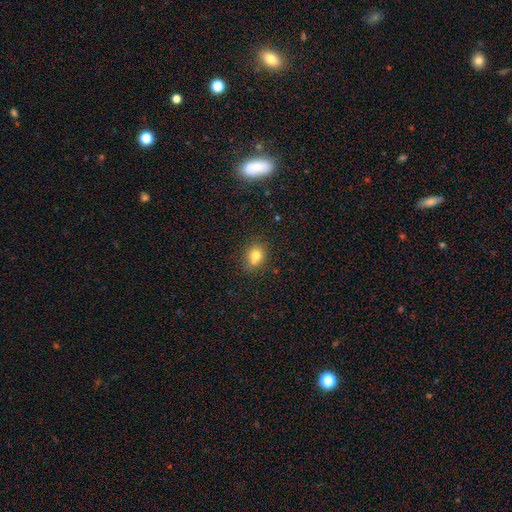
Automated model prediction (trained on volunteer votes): Smooth or featured? smooth (77%)
How rounded? round (60%)
Merging? none (68%)